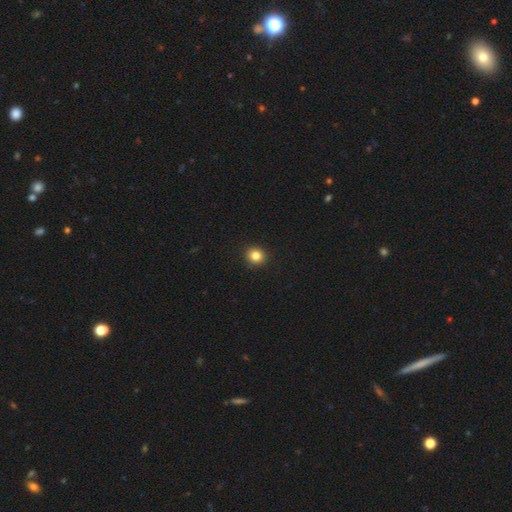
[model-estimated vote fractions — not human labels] Morphology: type=smooth (84%); roundness=round (88%); merging=none (92%).